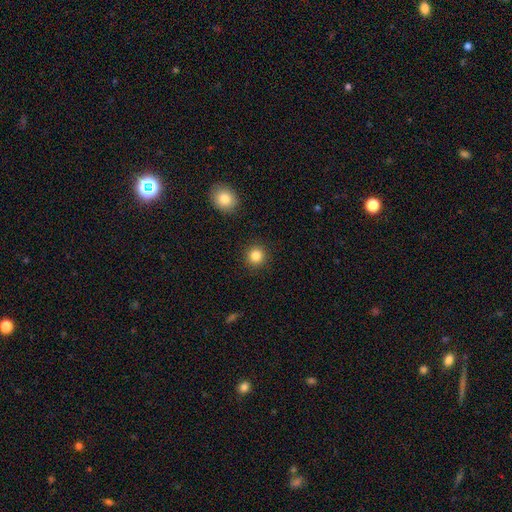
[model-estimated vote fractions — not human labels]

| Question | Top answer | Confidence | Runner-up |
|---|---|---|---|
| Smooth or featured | smooth | 84% | star or artifact (11%) |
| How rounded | round | 93% | in between (7%) |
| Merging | none | 91% | minor disturbance (5%) |